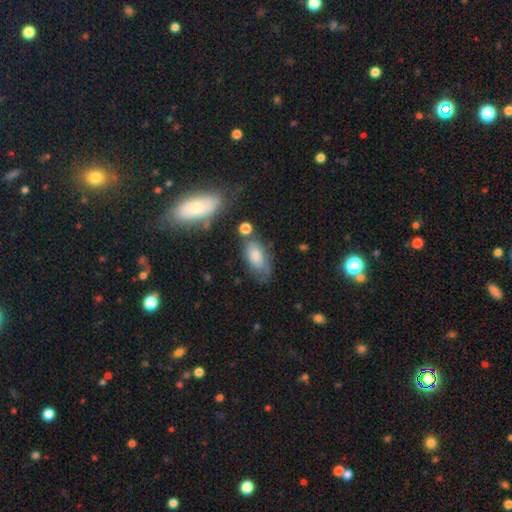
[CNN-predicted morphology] type=smooth (65%); roundness=in between (88%); merging=none (52%).